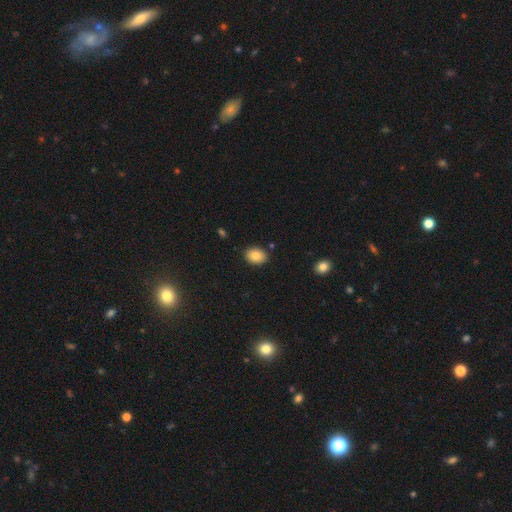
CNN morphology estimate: A smooth galaxy with no disk features (86%) that is in between round and cigar-shaped (73%).

Vote fractions:
- Smooth or featured? smooth: 86% / star or artifact: 8% / featured or disk: 6%
- How rounded? in between: 73% / round: 26% / cigar-shaped: 1%
- Merging? none: 87% / minor disturbance: 9% / major disturbance: 2% / merger: 2%